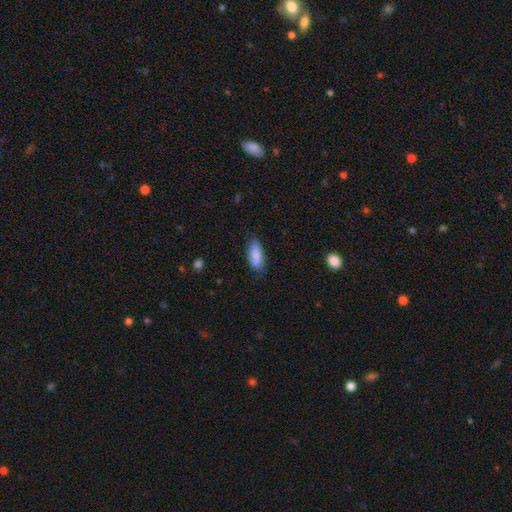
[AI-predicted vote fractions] A smooth galaxy with no disk features (83%) that is in between round and cigar-shaped (78%).

Vote fractions:
- Smooth or featured? smooth: 83% / featured or disk: 11% / star or artifact: 6%
- How rounded? in between: 78% / cigar-shaped: 19% / round: 2%
- Merging? none: 75% / minor disturbance: 20% / major disturbance: 3% / merger: 1%